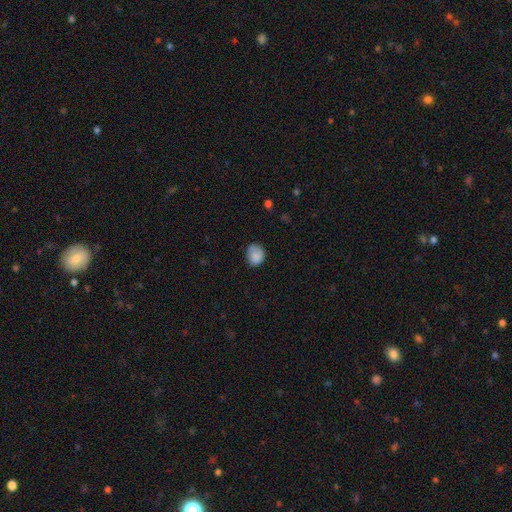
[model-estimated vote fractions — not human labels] smooth-or-featured: smooth: 83% | star or artifact: 8% | featured or disk: 8%
  how-rounded: round: 60% | in between: 39% | cigar-shaped: 1%
  merging: none: 66% | minor disturbance: 26% | major disturbance: 6% | merger: 2%